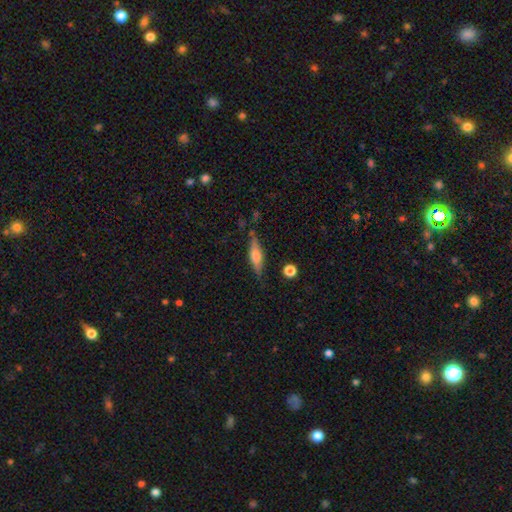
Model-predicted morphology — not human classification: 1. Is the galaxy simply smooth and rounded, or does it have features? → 53% featured or disk, 39% smooth, 8% star or artifact.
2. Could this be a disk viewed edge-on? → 93% yes, 7% no.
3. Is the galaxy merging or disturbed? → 77% none, 15% minor disturbance, 4% major disturbance, 3% merger.